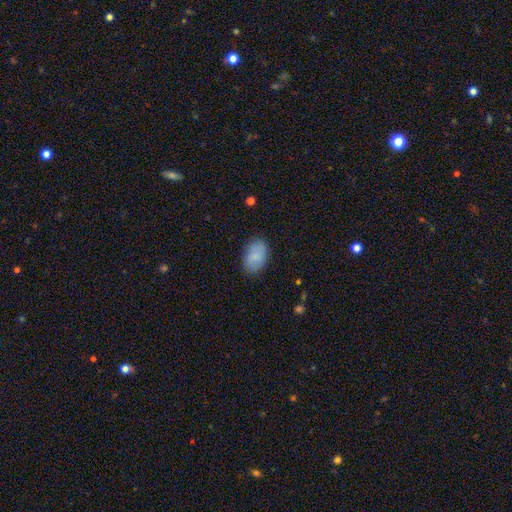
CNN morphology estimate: Smooth or featured: smooth — 86% (featured or disk — 7%)
How rounded: in between — 90% (round — 8%)
Merging: none — 82% (minor disturbance — 13%)